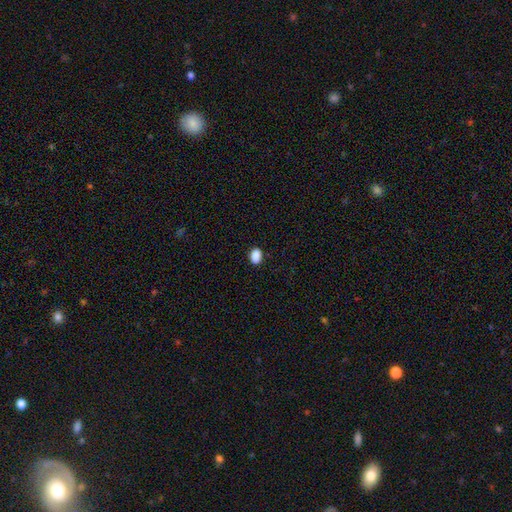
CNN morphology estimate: Smooth or featured?
  - smooth: 89% *
  - star or artifact: 9%
  - featured or disk: 2%
How rounded?
  - in between: 77% *
  - round: 22%
  - cigar-shaped: 1%
Merging?
  - none: 88% *
  - minor disturbance: 9%
  - major disturbance: 2%
  - merger: 1%